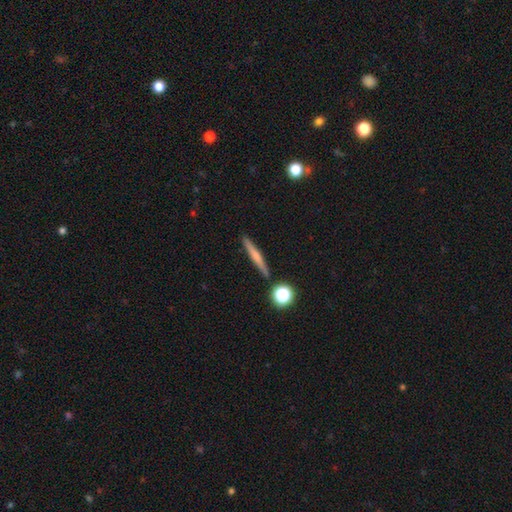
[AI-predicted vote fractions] Overall: smooth (53%; featured or disk 38%). How rounded: cigar-shaped (90%). Merging: none (88%).